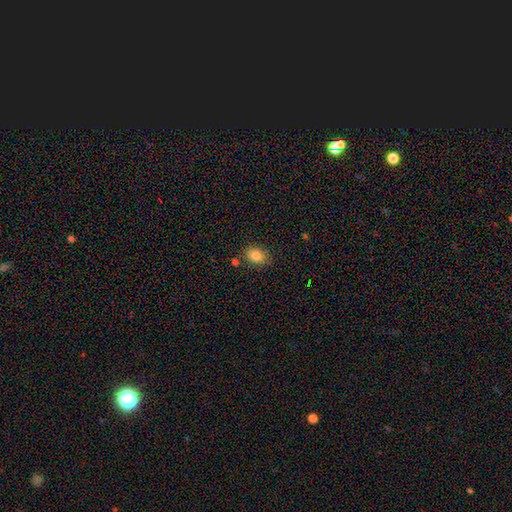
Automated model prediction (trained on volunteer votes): smooth-or-featured: smooth: 83% | star or artifact: 10% | featured or disk: 7%
  how-rounded: in between: 73% | round: 26% | cigar-shaped: 1%
  merging: none: 78% | minor disturbance: 14% | merger: 5% | major disturbance: 3%